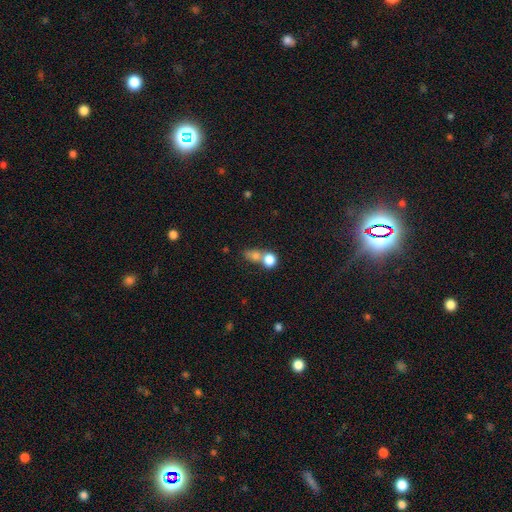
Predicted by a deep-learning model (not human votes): Overall: smooth (76%). How rounded: round (59%; in between 39%). Merging: merger (53%; none 32%).